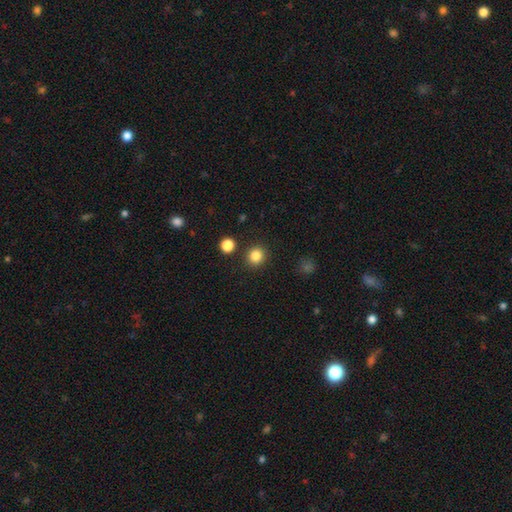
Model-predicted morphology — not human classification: Smooth or featured? Predicted: smooth (p=0.84). How rounded? Predicted: round (p=0.90). Merging? Predicted: none (p=0.89).